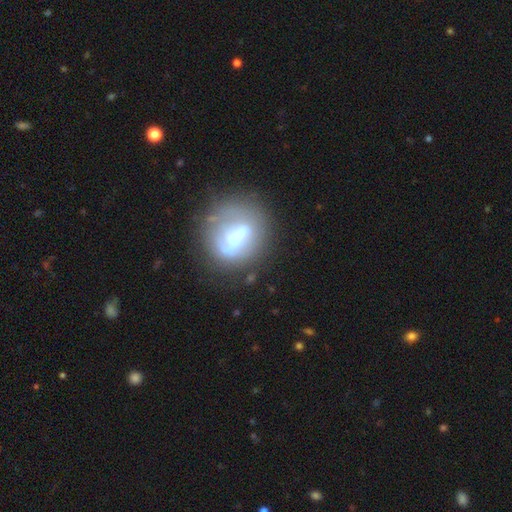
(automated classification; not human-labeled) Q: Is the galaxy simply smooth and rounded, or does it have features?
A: featured or disk — 47%.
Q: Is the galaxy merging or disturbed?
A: none — 76%.